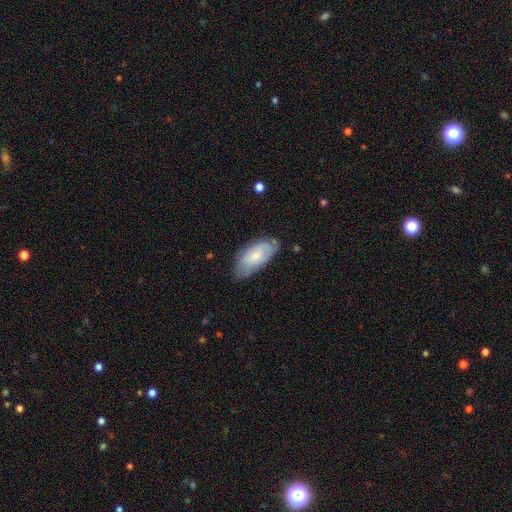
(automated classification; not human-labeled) This is possibly a smooth galaxy (57%). How rounded: clearly in between (90%). Merging: likely none (65%).